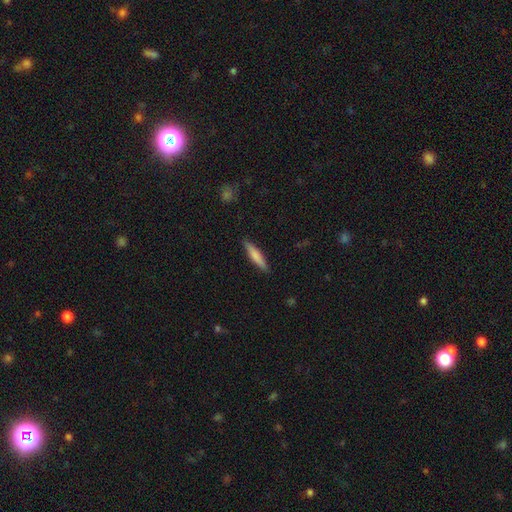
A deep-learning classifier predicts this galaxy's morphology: A smooth galaxy with no disk features (72%) that is cigar-shaped (87%). Merging: none (89%).